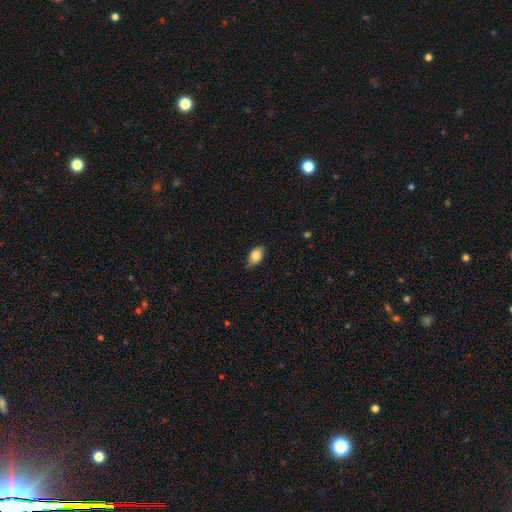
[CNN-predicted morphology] Smooth or featured? smooth (82%)
How rounded? in between (89%)
Merging? none (63%)